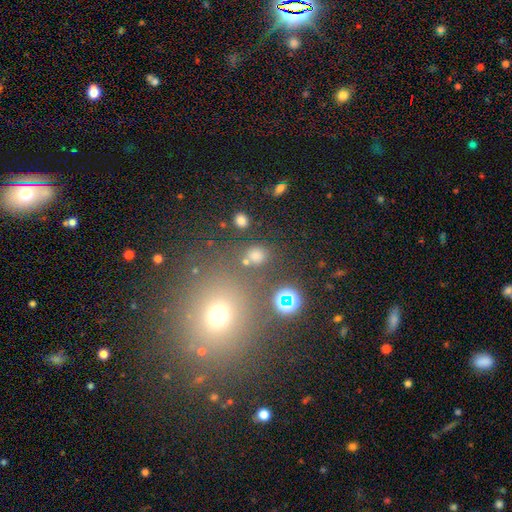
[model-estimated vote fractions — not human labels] Q: Smooth or featured?
A: smooth (64%); runner-up: star or artifact (28%)
Q: How rounded?
A: round (74%); runner-up: in between (25%)
Q: Merging?
A: none (77%); runner-up: merger (10%)